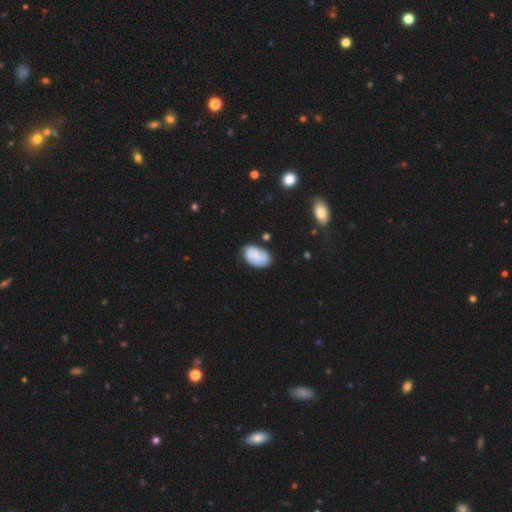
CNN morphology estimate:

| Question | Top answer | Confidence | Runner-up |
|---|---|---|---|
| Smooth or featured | smooth | 59% | featured or disk (33%) |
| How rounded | in between | 89% | round (9%) |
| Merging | none | 70% | minor disturbance (22%) |